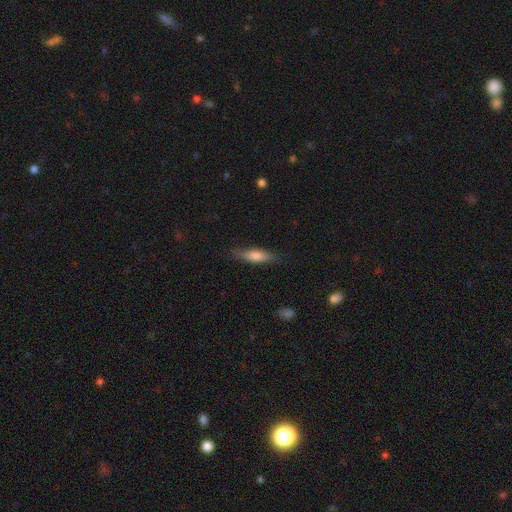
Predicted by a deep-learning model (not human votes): Overall: smooth (70%). How rounded: cigar-shaped (65%; in between 33%). Merging: none (82%).